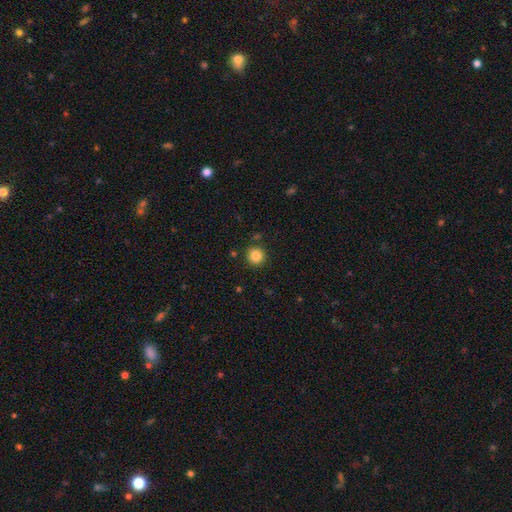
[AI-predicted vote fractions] This appears to be a smooth galaxy with no disk features (84%) that is round (95%). Merging: none (89%).